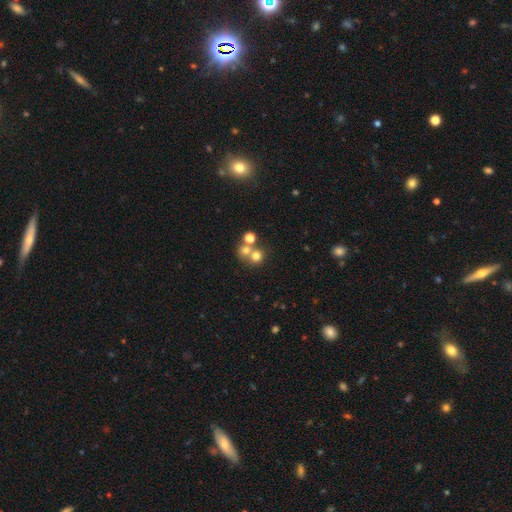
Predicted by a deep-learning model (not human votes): A smooth galaxy with no disk features (67%) that is round (83%).

Vote fractions:
- Smooth or featured? smooth: 67% / featured or disk: 17% / star or artifact: 16%
- How rounded? round: 83% / in between: 16% / cigar-shaped: 1%
- Merging? merger: 48% / none: 42% / minor disturbance: 6% / major disturbance: 4%